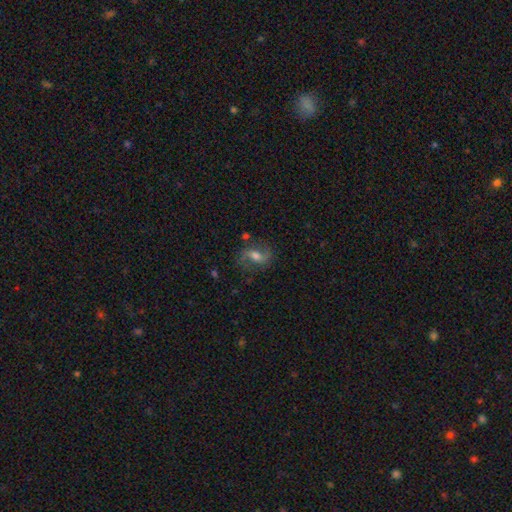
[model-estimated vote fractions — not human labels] A featured or disk galaxy (69%) with a weak bar (47%), 2 (88%) loose (53%) spiral arms (90%) and a moderate central bulge (59%). Merging: none (71%).